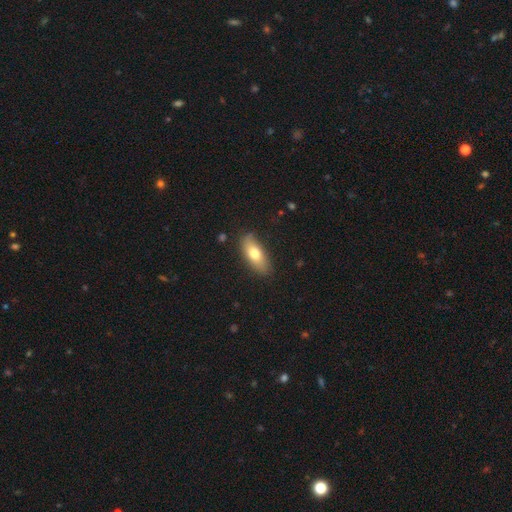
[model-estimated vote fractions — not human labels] Smooth or featured: smooth — 72% (featured or disk — 22%)
How rounded: in between — 79% (cigar-shaped — 18%)
Merging: none — 83% (minor disturbance — 13%)